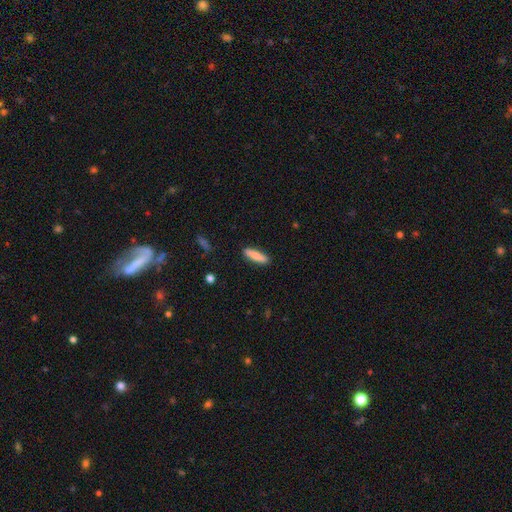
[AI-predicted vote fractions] A smooth galaxy with no disk features (79%) that is cigar-shaped (78%). Merging: none (89%).